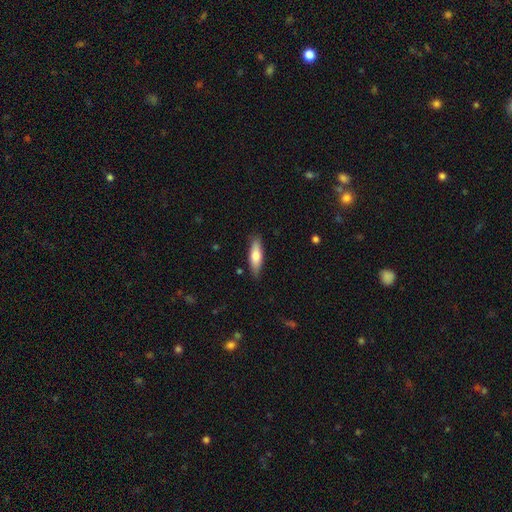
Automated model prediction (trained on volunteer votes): Overall: smooth (70%). How rounded: cigar-shaped (51%; in between 47%). Merging: none (86%).